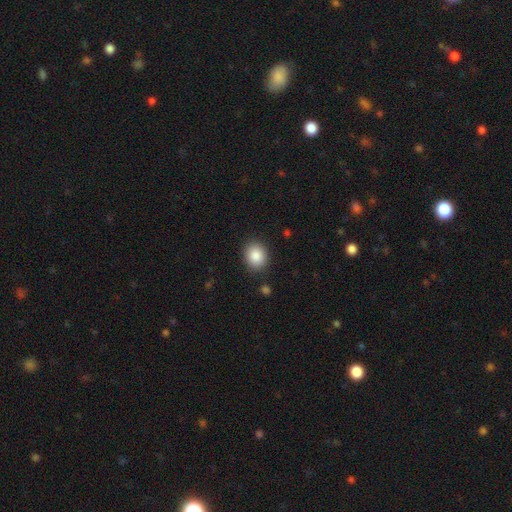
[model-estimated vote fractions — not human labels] Q: Smooth or featured?
A: smooth (87%); runner-up: star or artifact (8%)
Q: How rounded?
A: round (58%); runner-up: in between (41%)
Q: Merging?
A: none (87%); runner-up: minor disturbance (9%)